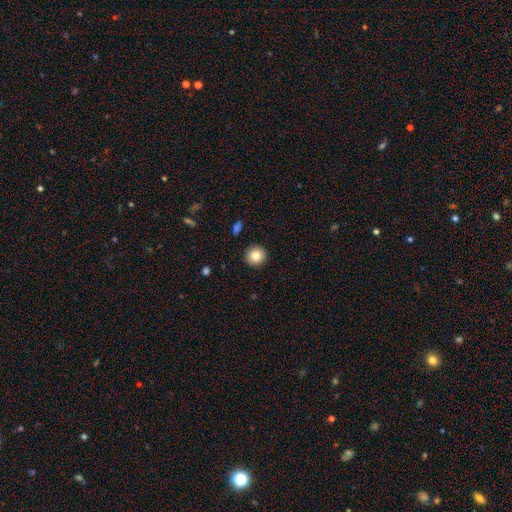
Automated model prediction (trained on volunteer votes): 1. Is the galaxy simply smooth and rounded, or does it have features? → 83% smooth, 9% star or artifact, 8% featured or disk.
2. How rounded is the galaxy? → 94% round, 5% in between, 1% cigar-shaped.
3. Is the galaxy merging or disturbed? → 92% none, 5% minor disturbance, 2% major disturbance, 1% merger.